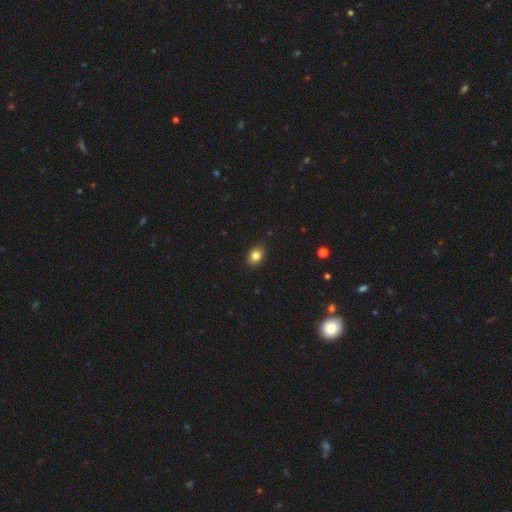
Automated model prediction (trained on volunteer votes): Smooth or featured? Predicted: smooth (p=0.83). How rounded? Predicted: in between (p=0.63). Merging? Predicted: none (p=0.88).